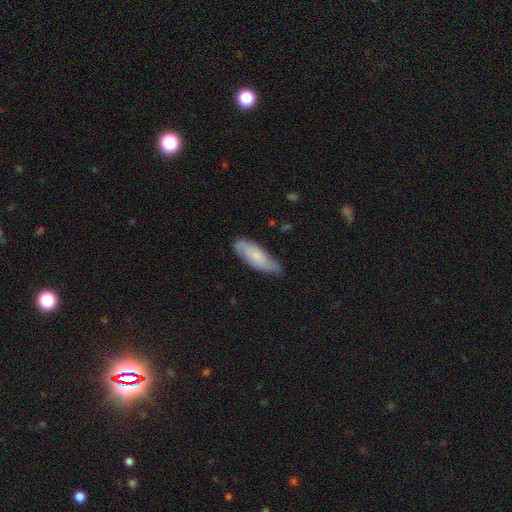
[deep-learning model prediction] Morphology: type=smooth (61%); roundness=in between (63%); merging=none (67%).